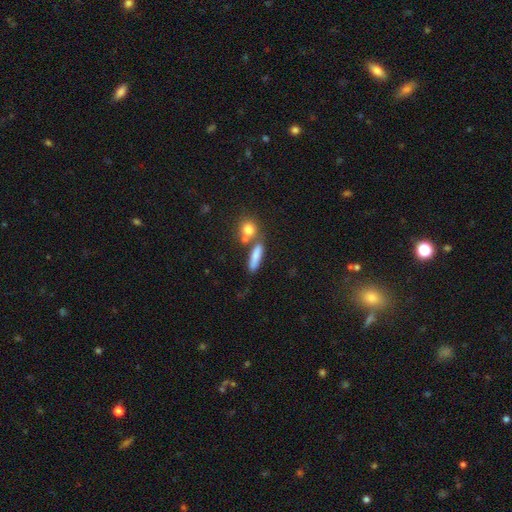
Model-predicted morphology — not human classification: Smooth or featured: smooth — 79% (featured or disk — 12%)
How rounded: cigar-shaped — 62% (in between — 29%)
Merging: none — 66% (merger — 17%)